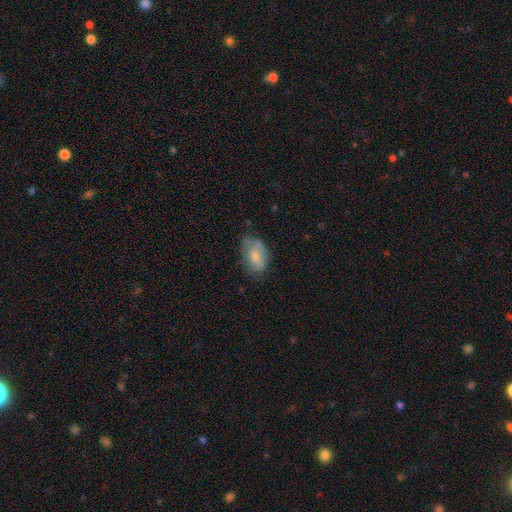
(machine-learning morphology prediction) A smooth galaxy with no disk features (65%) that is in between round and cigar-shaped (87%). Merging: none (56%).